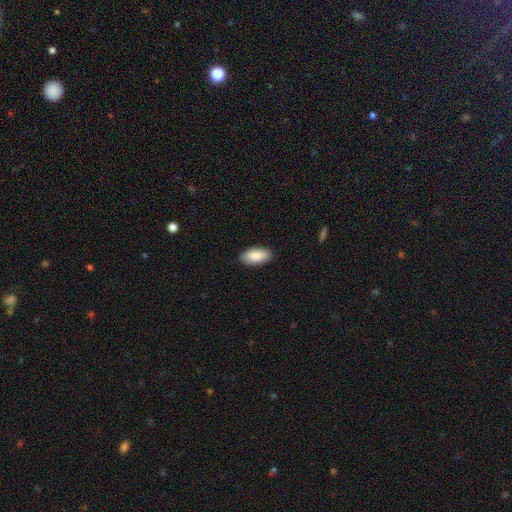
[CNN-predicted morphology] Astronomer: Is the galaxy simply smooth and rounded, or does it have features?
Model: smooth — 89%.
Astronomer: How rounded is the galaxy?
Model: in between — 93%.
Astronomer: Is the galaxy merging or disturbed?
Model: none — 89%.